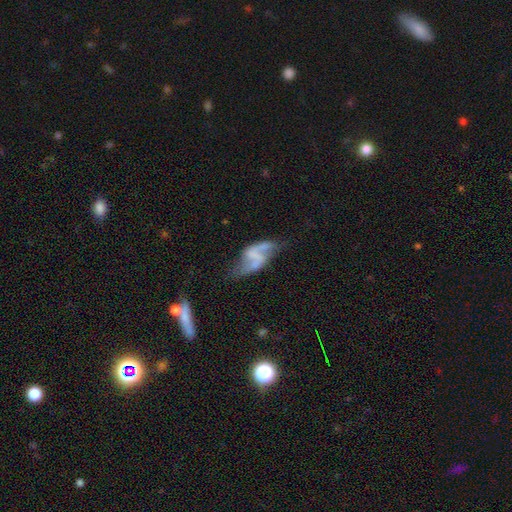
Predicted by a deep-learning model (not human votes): Smooth or featured?
  - featured or disk: 78% *
  - smooth: 14%
  - star or artifact: 8%
Edge-on disk?
  - no: 95% *
  - yes: 5%
Bar?
  - weak: 37% *
  - no: 34%
  - strong: 29%
Spiral arms?
  - yes: 86% *
  - no: 14%
Spiral winding?
  - loose: 74% *
  - medium: 20%
  - tight: 6%
Spiral arm count?
  - 2: 90% *
  - can't tell: 4%
  - 1: 3%
  - 3: 1%
  - 4: 1%
  - more than 4: 1%
Bulge size?
  - none: 67% *
  - small: 20%
  - moderate: 8%
  - large: 3%
  - dominant: 1%
Merging?
  - none: 50% *
  - minor disturbance: 24%
  - major disturbance: 20%
  - merger: 6%